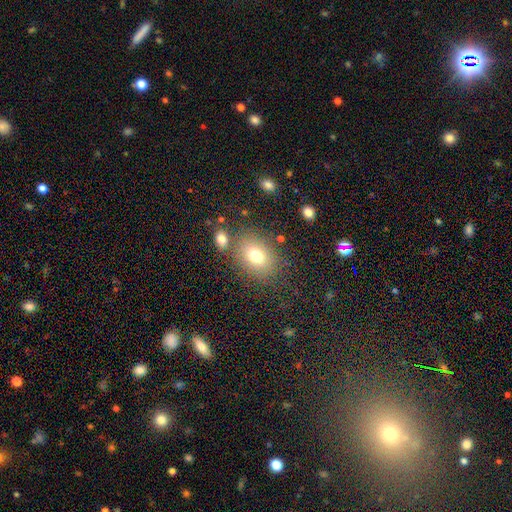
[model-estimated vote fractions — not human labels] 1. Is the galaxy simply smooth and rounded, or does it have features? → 76% smooth, 12% featured or disk, 11% star or artifact.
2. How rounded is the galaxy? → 66% in between, 33% round, 1% cigar-shaped.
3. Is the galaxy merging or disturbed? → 75% none, 12% minor disturbance, 9% merger, 4% major disturbance.